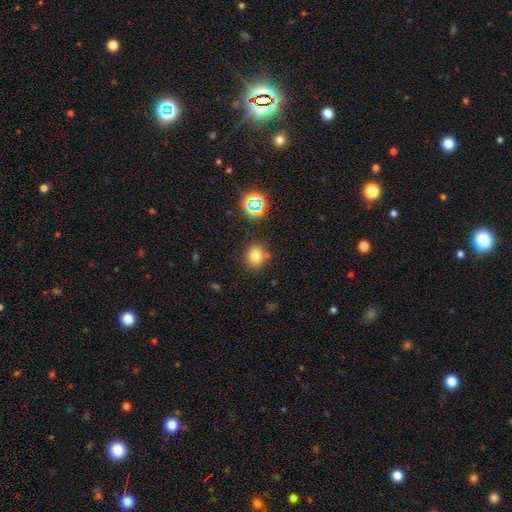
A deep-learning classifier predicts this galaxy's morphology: smooth 75%, star or artifact 17%, featured or disk 8%. Down the decision tree: how rounded — round (74%); merging — none (78%).